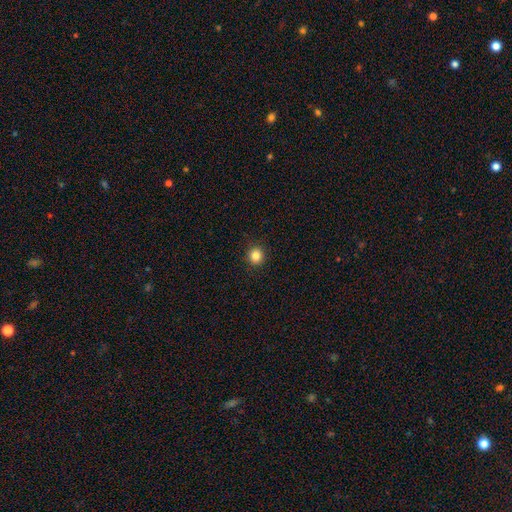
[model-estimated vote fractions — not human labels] A smooth galaxy with no disk features (84%) that is round (92%).

Vote fractions:
- Smooth or featured? smooth: 84% / star or artifact: 12% / featured or disk: 4%
- How rounded? round: 92% / in between: 7% / cigar-shaped: 1%
- Merging? none: 92% / minor disturbance: 5% / major disturbance: 2% / merger: 1%